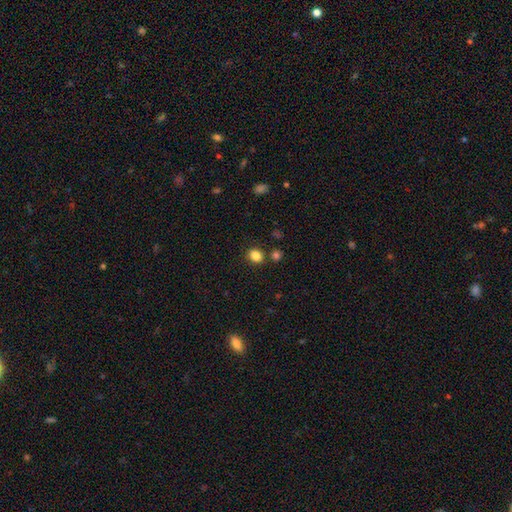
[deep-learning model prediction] This appears to be a smooth galaxy with no disk features (84%) that is round (61%). Merging: none (81%).